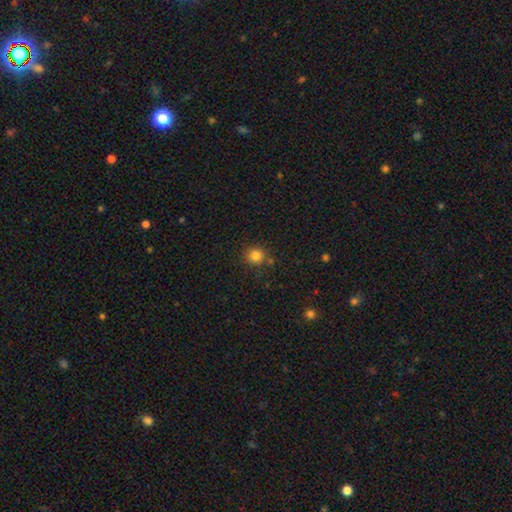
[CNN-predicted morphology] Smooth or featured? Predicted: smooth (p=0.83). How rounded? Predicted: round (p=0.90). Merging? Predicted: none (p=0.82).